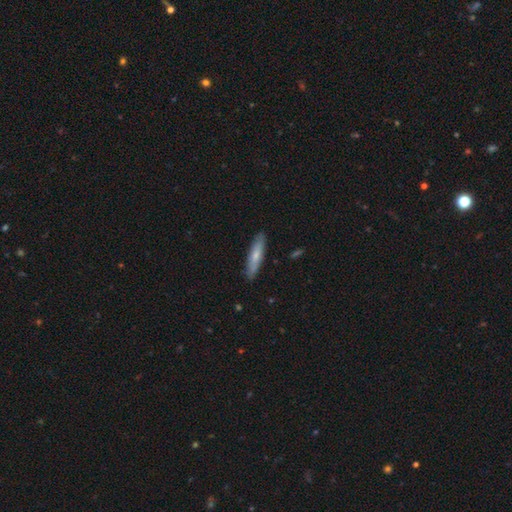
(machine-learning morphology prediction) Smooth or featured: smooth — 65% (featured or disk — 30%)
How rounded: cigar-shaped — 78% (in between — 20%)
Merging: none — 87% (minor disturbance — 10%)